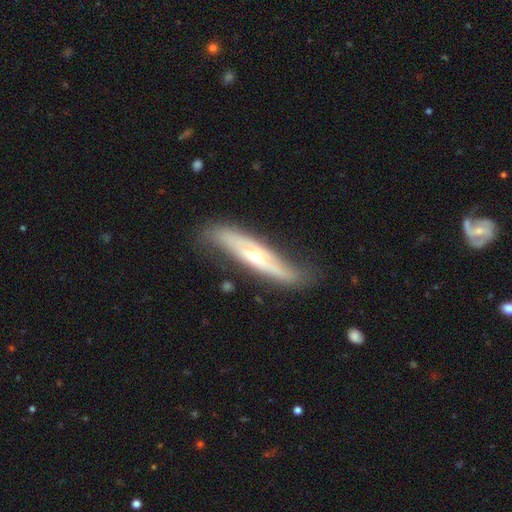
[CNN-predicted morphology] This is likely a featured or disk galaxy (66%). It is possibly viewed edge-on (57%). Merging: likely none (68%).